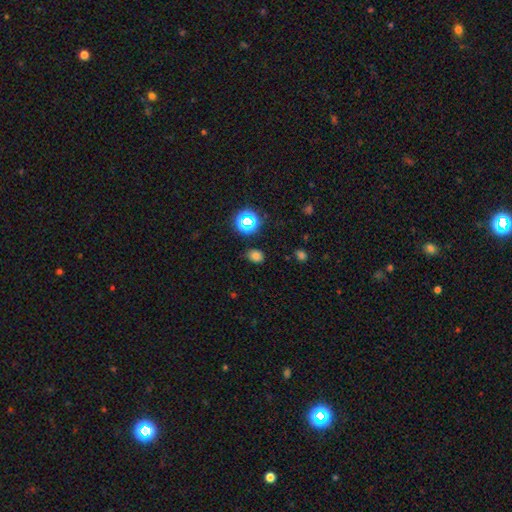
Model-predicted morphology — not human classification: This is likely a smooth galaxy (72%). How rounded: possibly in between (52%). Merging: clearly none (81%).